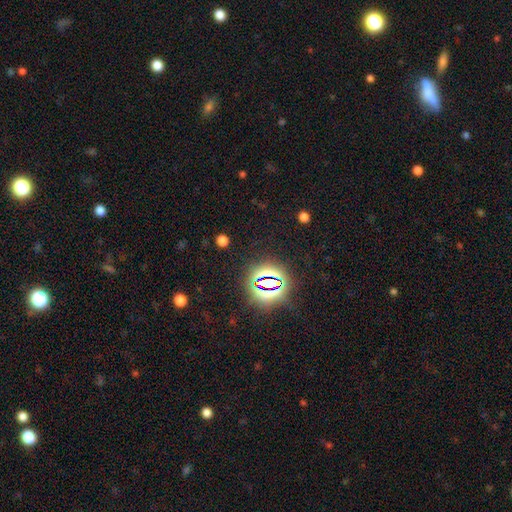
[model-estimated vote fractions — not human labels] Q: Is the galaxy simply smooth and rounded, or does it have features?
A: star or artifact — 81%.